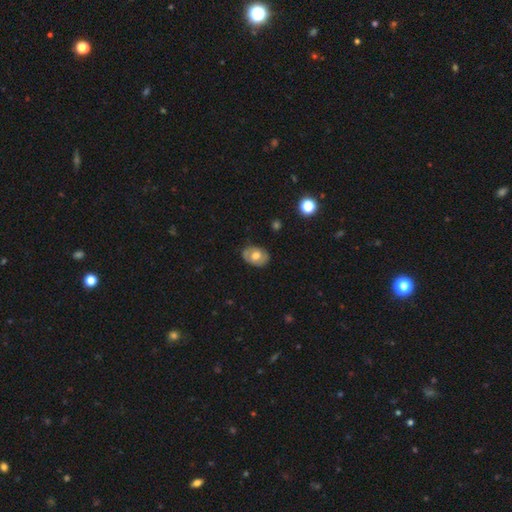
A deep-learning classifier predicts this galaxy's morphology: type=smooth (54%); roundness=in between (74%); merging=none (77%).